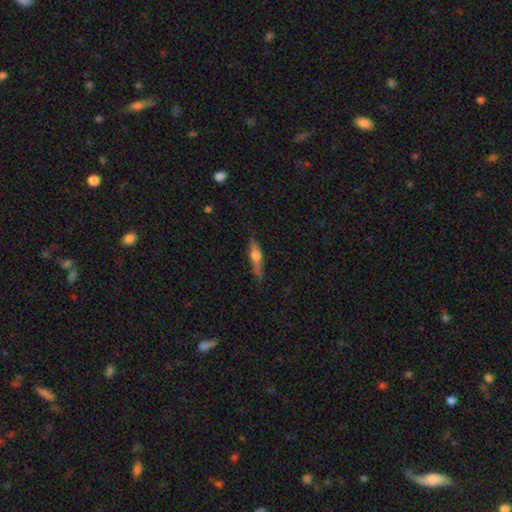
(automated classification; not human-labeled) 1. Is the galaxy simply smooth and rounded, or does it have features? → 51% smooth, 42% featured or disk, 7% star or artifact.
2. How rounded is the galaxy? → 79% cigar-shaped, 18% in between, 2% round.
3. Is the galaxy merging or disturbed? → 76% none, 19% minor disturbance, 4% major disturbance, 2% merger.